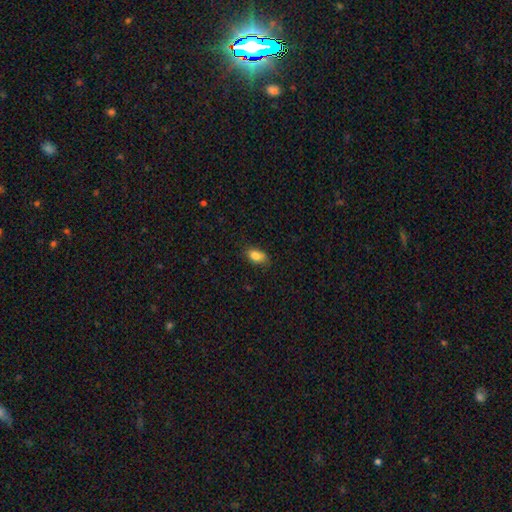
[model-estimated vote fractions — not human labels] smooth-or-featured: smooth: 84% | star or artifact: 8% | featured or disk: 8%
  how-rounded: in between: 87% | round: 9% | cigar-shaped: 4%
  merging: none: 79% | minor disturbance: 17% | major disturbance: 3% | merger: 1%